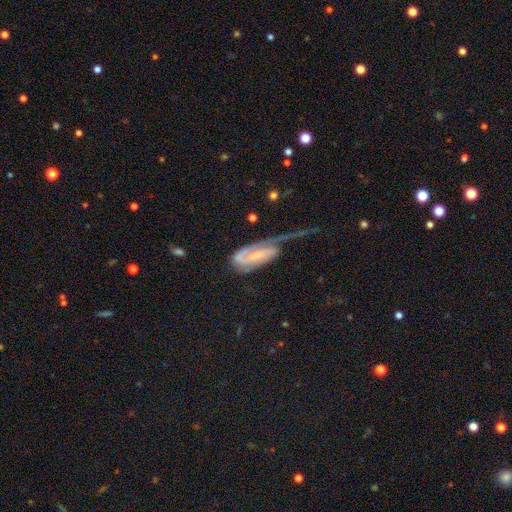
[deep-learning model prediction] Morphology: type=featured or disk (70%); edge-on=no (93%); bar=weak (39%); spiral arms=yes (87%); winding=medium (35%); arm count=1 (56%); bulge=small (42%); merging=major disturbance (56%).